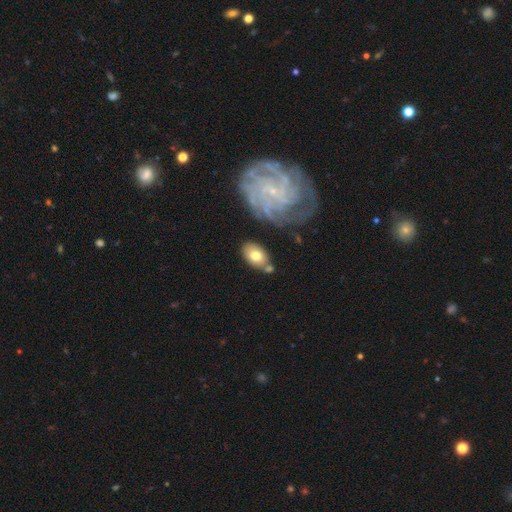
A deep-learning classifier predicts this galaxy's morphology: type=smooth (67%); roundness=in between (87%); merging=none (62%).